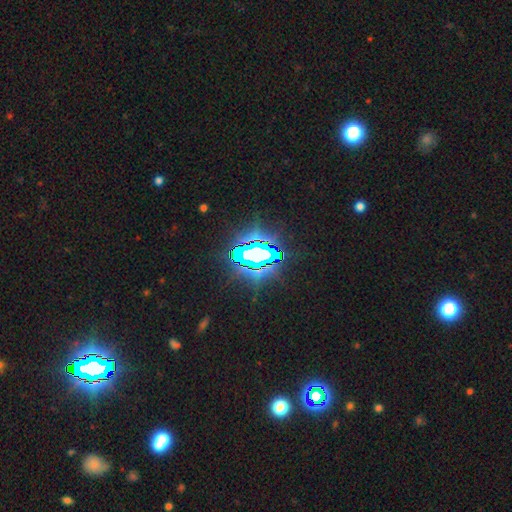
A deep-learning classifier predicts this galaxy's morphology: This appears to be a star or artifact, not a galaxy (75%).